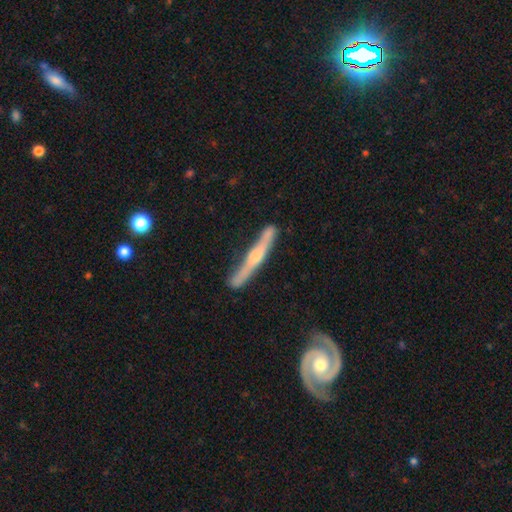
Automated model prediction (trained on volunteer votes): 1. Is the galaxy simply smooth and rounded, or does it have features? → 79% featured or disk, 16% smooth, 5% star or artifact.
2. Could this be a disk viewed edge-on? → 83% yes, 17% no.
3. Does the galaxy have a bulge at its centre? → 77% rounded, 15% none, 8% boxy.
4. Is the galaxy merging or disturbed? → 76% none, 16% minor disturbance, 4% major disturbance, 3% merger.